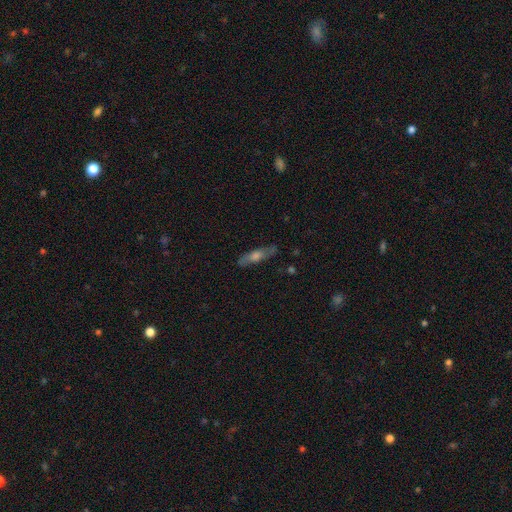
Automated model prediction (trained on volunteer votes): This appears to be a featured or disk galaxy (52%) viewed edge-on (70%). Merging: none (83%).